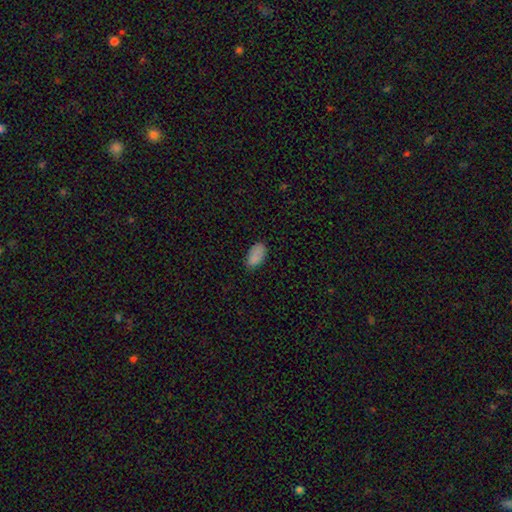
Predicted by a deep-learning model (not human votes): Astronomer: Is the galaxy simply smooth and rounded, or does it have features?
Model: smooth — 86%.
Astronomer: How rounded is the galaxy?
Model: in between — 95%.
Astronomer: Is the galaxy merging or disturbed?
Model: none — 79%.